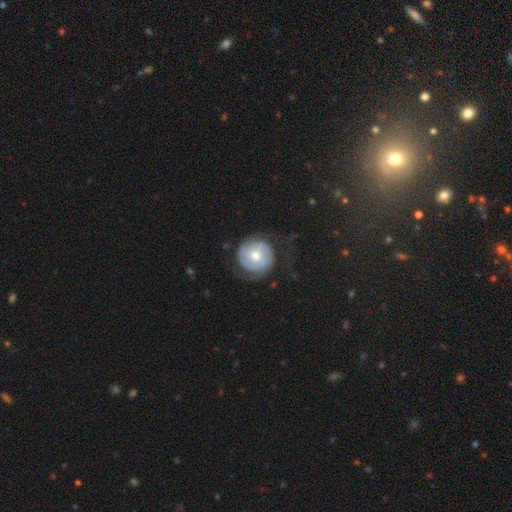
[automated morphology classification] Smooth or featured? featured or disk (63%)
Edge-on disk? no (98%)
Bar? no (78%)
Spiral arms? yes (81%)
Bulge size? moderate (66%)
Merging? none (69%)